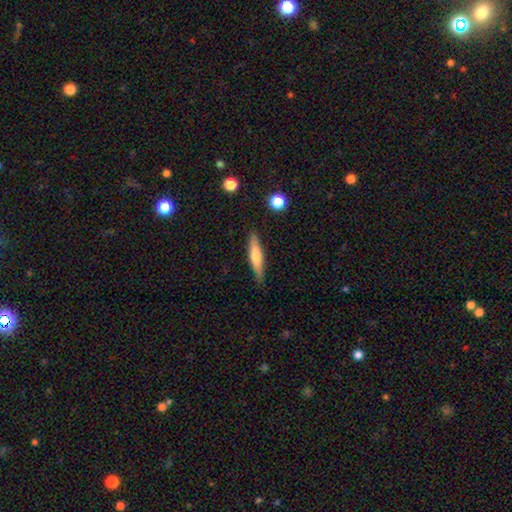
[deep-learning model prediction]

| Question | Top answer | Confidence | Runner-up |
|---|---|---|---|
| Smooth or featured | smooth | 59% | featured or disk (35%) |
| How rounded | cigar-shaped | 85% | in between (14%) |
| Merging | none | 86% | minor disturbance (10%) |